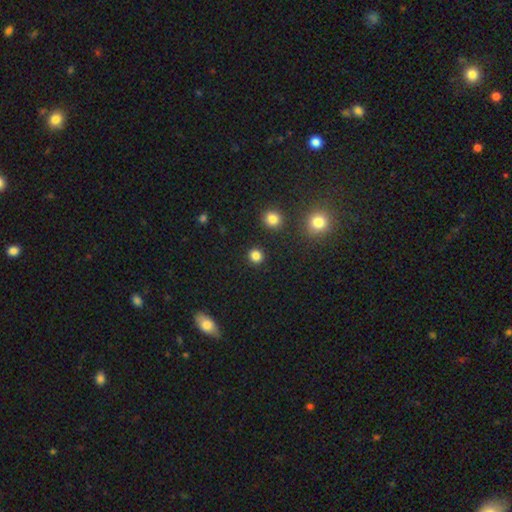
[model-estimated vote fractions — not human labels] A smooth galaxy with no disk features (84%) that is round (90%).

Vote fractions:
- Smooth or featured? smooth: 84% / star or artifact: 13% / featured or disk: 4%
- How rounded? round: 90% / in between: 9% / cigar-shaped: 1%
- Merging? none: 92% / minor disturbance: 5% / major disturbance: 2% / merger: 2%